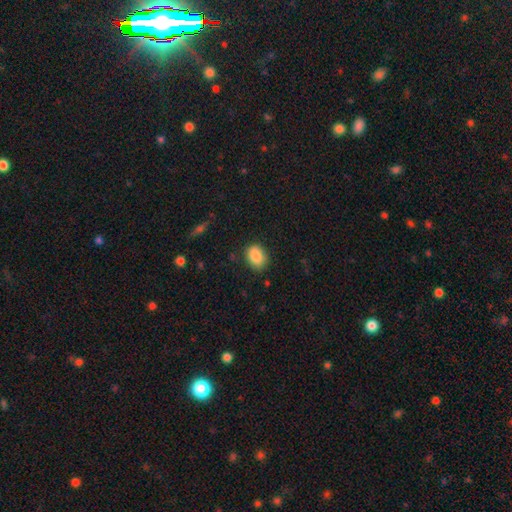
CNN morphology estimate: Smooth or featured?
  - smooth: 88% *
  - star or artifact: 8%
  - featured or disk: 4%
How rounded?
  - in between: 72% *
  - round: 26%
  - cigar-shaped: 1%
Merging?
  - none: 80% *
  - minor disturbance: 16%
  - major disturbance: 3%
  - merger: 1%